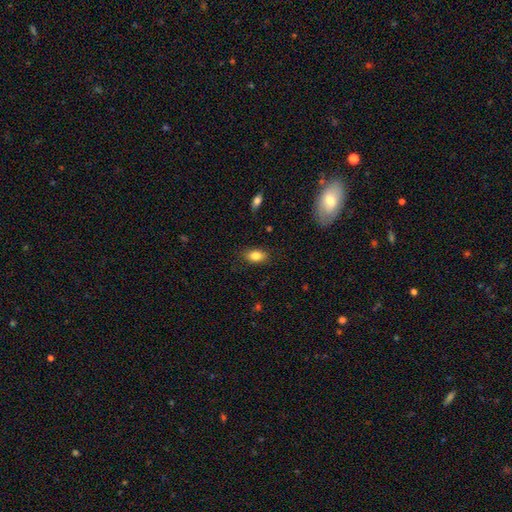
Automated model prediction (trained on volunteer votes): Smooth or featured?
  - smooth: 85% *
  - star or artifact: 8%
  - featured or disk: 7%
How rounded?
  - in between: 88% *
  - round: 9%
  - cigar-shaped: 3%
Merging?
  - none: 85% *
  - minor disturbance: 11%
  - major disturbance: 3%
  - merger: 1%